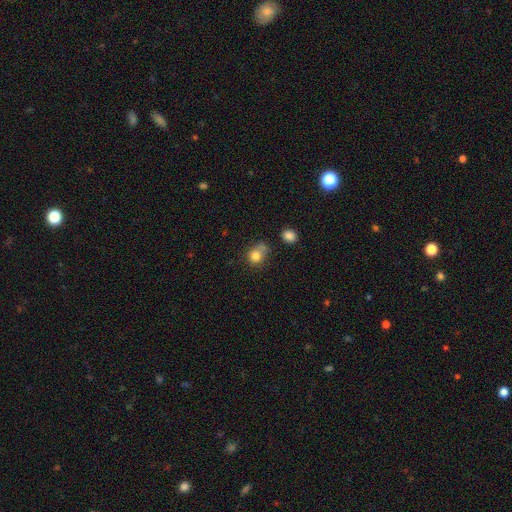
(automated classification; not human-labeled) smooth 80%, star or artifact 11%, featured or disk 9%. Down the decision tree: how rounded — round (69%); merging — none (44%).